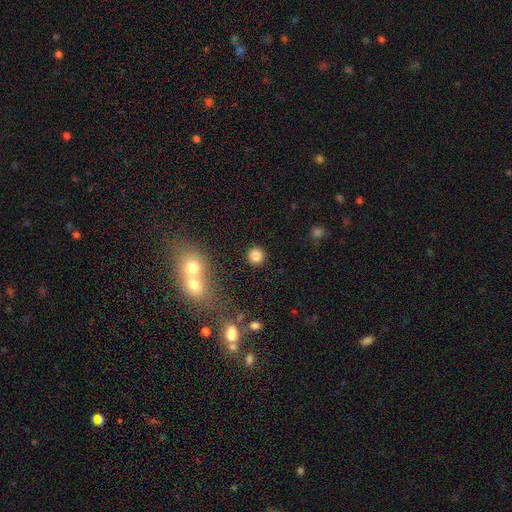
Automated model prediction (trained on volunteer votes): smooth_or_featured: smooth (p=0.83) [alt: star or artifact p=0.12]
how_rounded: round (p=0.92) [alt: in between p=0.07]
merging: none (p=0.88) [alt: minor disturbance p=0.05]